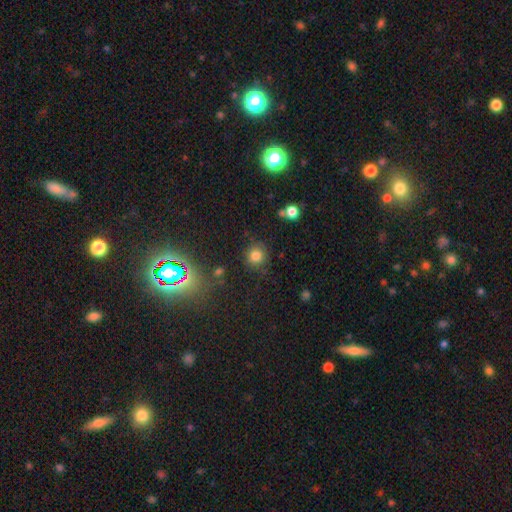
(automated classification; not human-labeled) Morphology: type=smooth (79%); roundness=round (89%); merging=none (83%).